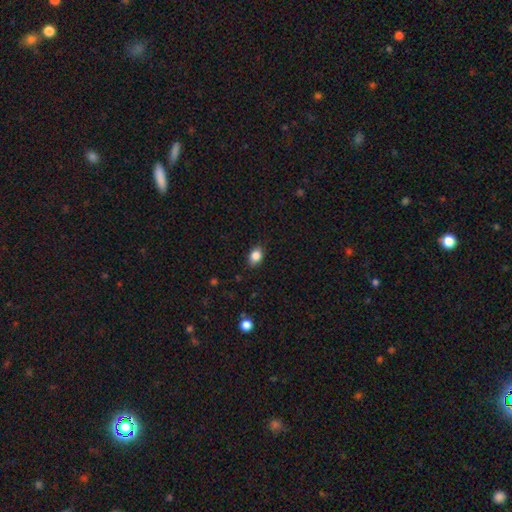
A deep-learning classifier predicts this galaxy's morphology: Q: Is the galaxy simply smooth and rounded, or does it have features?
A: smooth — 85%.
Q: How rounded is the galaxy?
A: in between — 73%.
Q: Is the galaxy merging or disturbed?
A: none — 84%.